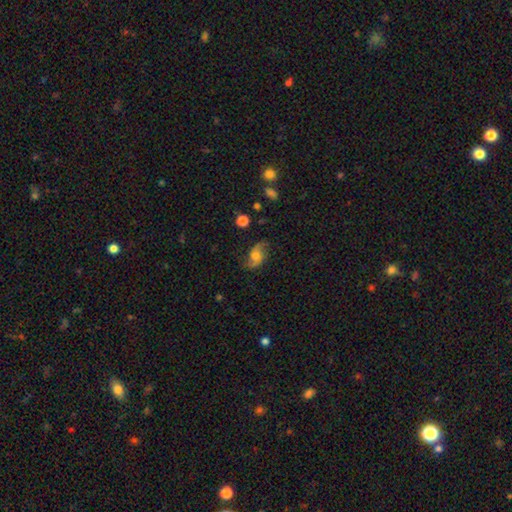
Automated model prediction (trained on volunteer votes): smooth-or-featured: featured or disk: 64% | smooth: 27% | star or artifact: 9%
  disk-edge-on: no: 94% | yes: 6%
    bar: no: 65% | weak: 29% | strong: 6%
    has-spiral-arms: yes: 90% | no: 10%
      spiral-winding: loose: 69% | medium: 24% | tight: 7%
      spiral-arm-count: 2: 90% | can't tell: 4% | 1: 3% | 3: 1% | 4: 1% | more than 4: 1%
    bulge-size: moderate: 55% | small: 20% | large: 17% | none: 6% | dominant: 2%
  merging: none: 73% | minor disturbance: 18% | major disturbance: 7% | merger: 2%